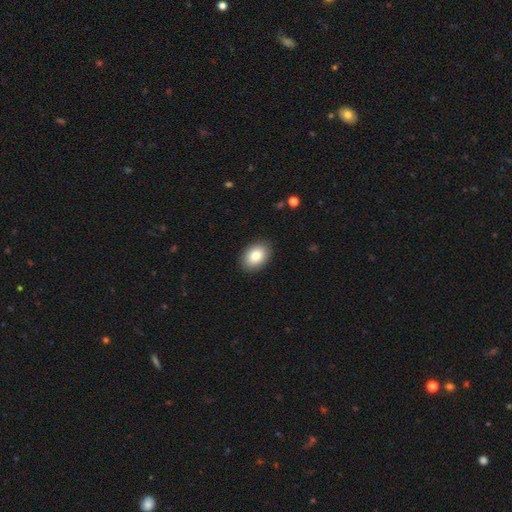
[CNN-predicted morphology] type=smooth (85%); roundness=in between (82%); merging=none (89%).